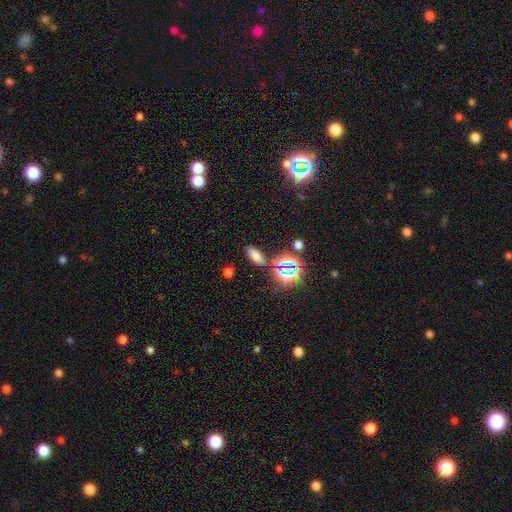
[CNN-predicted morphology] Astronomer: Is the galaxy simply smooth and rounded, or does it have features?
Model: smooth — 66%.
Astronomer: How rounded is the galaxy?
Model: in between — 85%.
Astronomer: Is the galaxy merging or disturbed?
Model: none — 80%.